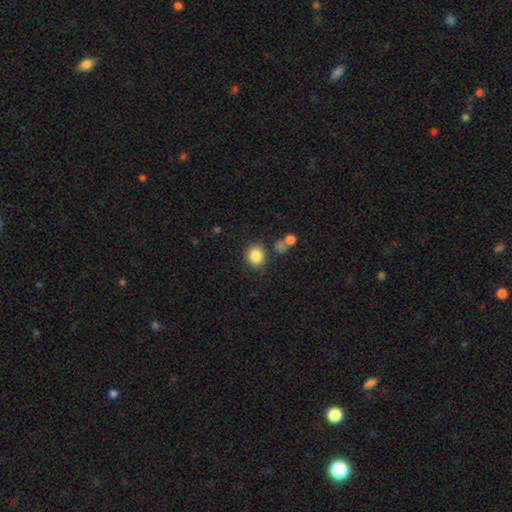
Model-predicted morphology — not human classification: The model was most divided on "how rounded": round: 75%, in between: 24%, cigar-shaped: 1%. More confident: smooth or featured — smooth (85%); merging — none (78%).